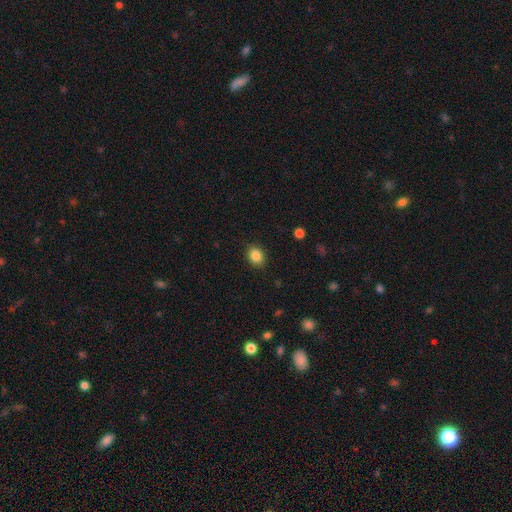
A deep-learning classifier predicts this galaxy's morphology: smooth-or-featured: smooth: 86% | star or artifact: 9% | featured or disk: 5%
  how-rounded: in between: 59% | round: 40% | cigar-shaped: 1%
  merging: none: 89% | minor disturbance: 8% | major disturbance: 2% | merger: 1%